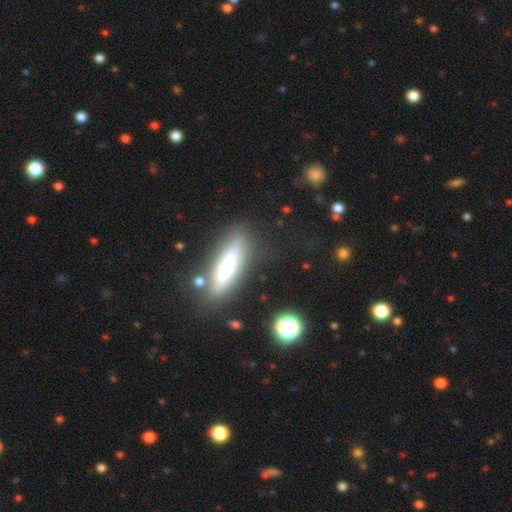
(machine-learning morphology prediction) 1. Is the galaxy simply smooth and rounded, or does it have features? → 53% smooth, 33% featured or disk, 14% star or artifact.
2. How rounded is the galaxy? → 73% cigar-shaped, 24% in between, 3% round.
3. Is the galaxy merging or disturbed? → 75% none, 16% minor disturbance, 6% major disturbance, 4% merger.